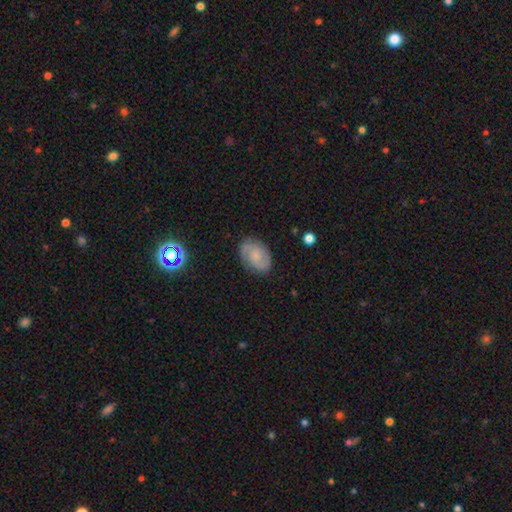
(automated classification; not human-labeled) Smooth or featured? Predicted: featured or disk (p=0.53). Edge-on disk? Predicted: no (p=0.96). Bar? Predicted: no (p=0.61). Spiral arms? Predicted: yes (p=0.90). Bulge size? Predicted: small (p=0.34, tied with none). Merging? Predicted: none (p=0.81).